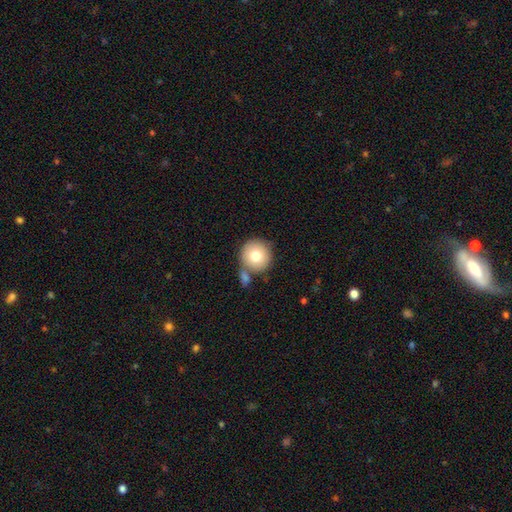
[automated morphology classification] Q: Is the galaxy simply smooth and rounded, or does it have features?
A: smooth — 76%.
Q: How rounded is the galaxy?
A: round — 94%.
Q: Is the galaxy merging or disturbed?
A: none — 68%.